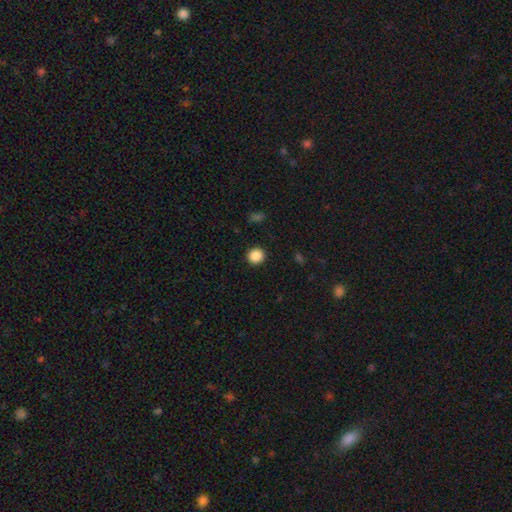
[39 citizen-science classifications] A smooth galaxy with no disk features (92%) that is round (92%). Merging: none (89%).